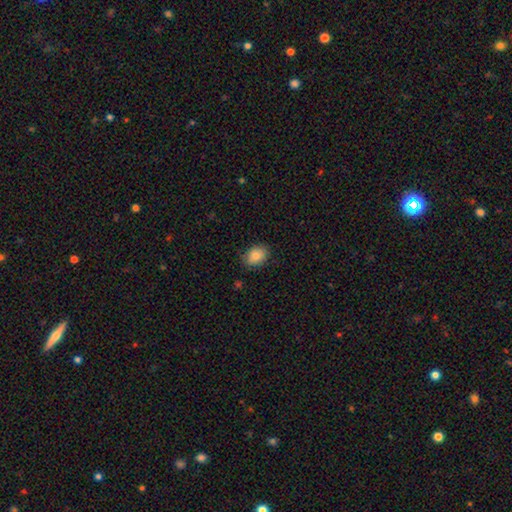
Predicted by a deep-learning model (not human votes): Smooth or featured? Predicted: smooth (p=0.86). How rounded? Predicted: in between (p=0.74). Merging? Predicted: none (p=0.82).